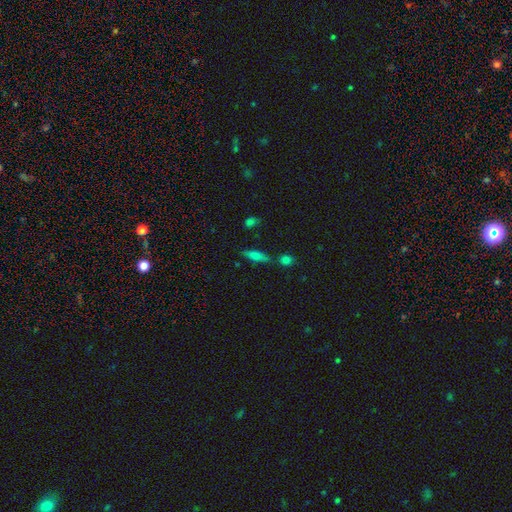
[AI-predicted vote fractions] The model was most divided on "how rounded": cigar-shaped: 58%, in between: 39%, round: 3%. More confident: merging — none (72%); smooth or featured — smooth (67%).